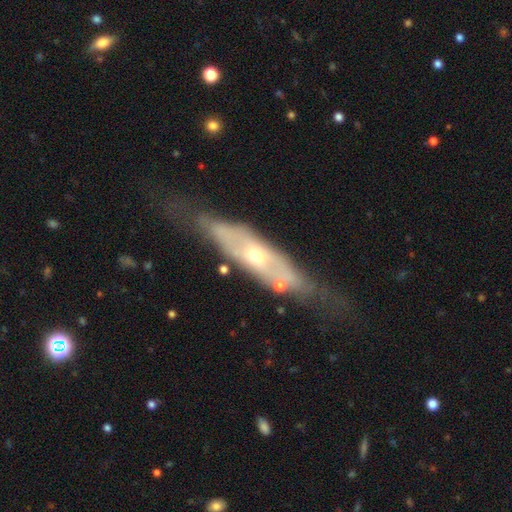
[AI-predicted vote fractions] smooth_or_featured: featured or disk (p=0.63) [alt: smooth p=0.30]
disk_edge_on: no (p=0.57) [alt: yes p=0.43]
merging: none (p=0.55) [alt: minor disturbance p=0.25]